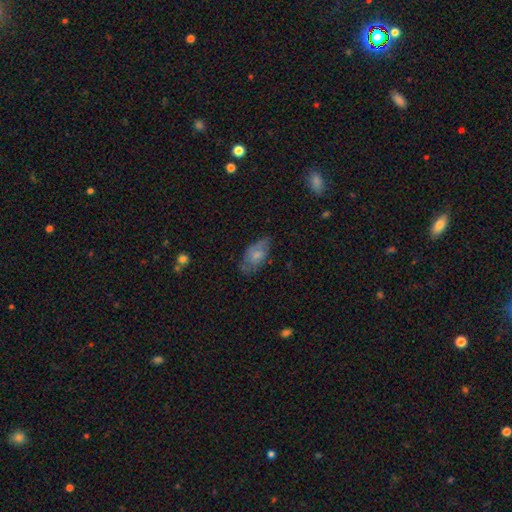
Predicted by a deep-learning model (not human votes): Smooth or featured? Predicted: smooth (p=0.53). How rounded? Predicted: in between (p=0.88). Merging? Predicted: none (p=0.70).